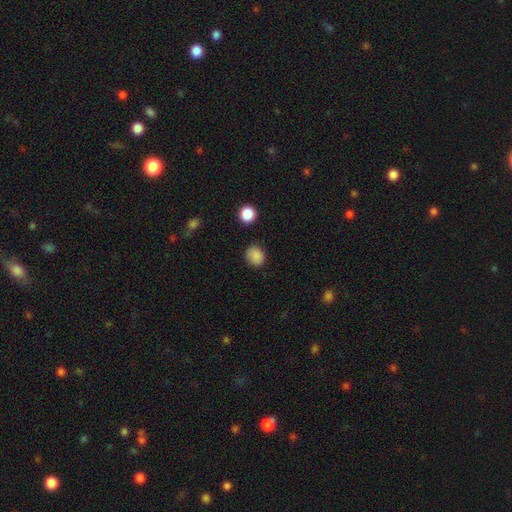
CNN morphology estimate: A smooth galaxy with no disk features (86%) that is round (76%). Merging: none (82%).